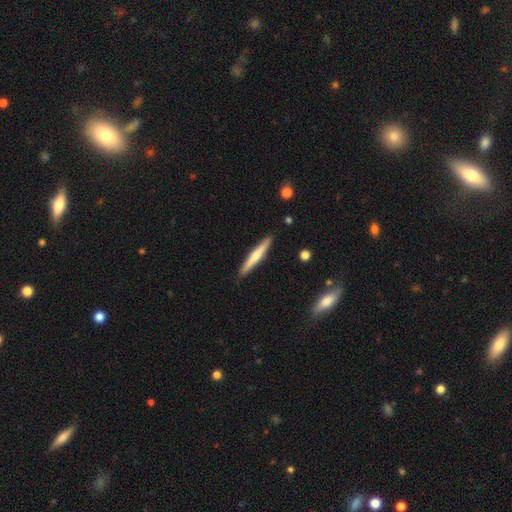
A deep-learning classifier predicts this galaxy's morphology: This appears to be a smooth galaxy with no disk features (49%). Merging: none (91%).